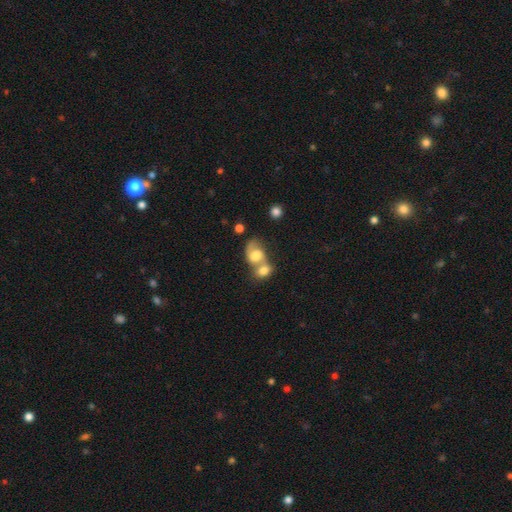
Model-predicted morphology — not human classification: smooth 56%, featured or disk 35%, star or artifact 9%. Down the decision tree: how rounded — in between (62%); merging — merger (74%).